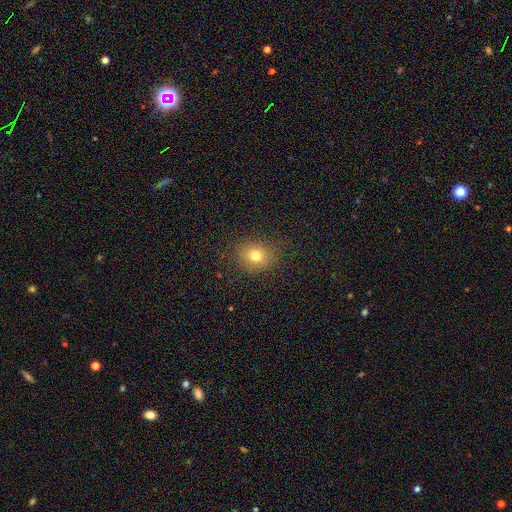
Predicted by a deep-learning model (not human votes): This is likely a smooth galaxy (75%). How rounded: likely round (67%). Merging: clearly none (84%).